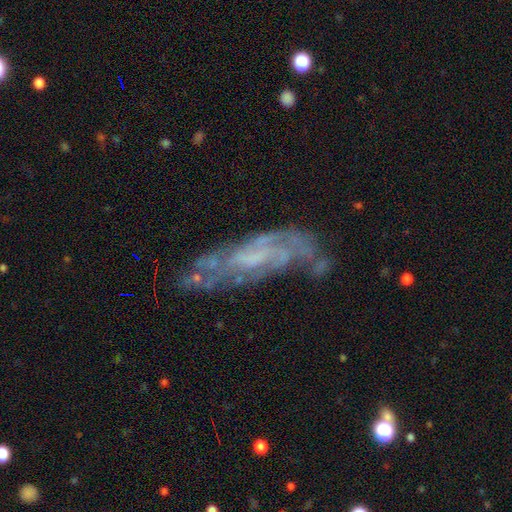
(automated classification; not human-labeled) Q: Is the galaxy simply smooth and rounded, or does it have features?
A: featured or disk — 75%.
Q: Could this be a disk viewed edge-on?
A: no — 81%.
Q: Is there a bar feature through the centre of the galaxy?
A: no — 49%.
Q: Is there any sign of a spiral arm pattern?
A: yes — 78%.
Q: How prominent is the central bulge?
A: none — 47%.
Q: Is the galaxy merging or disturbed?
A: none — 53%.